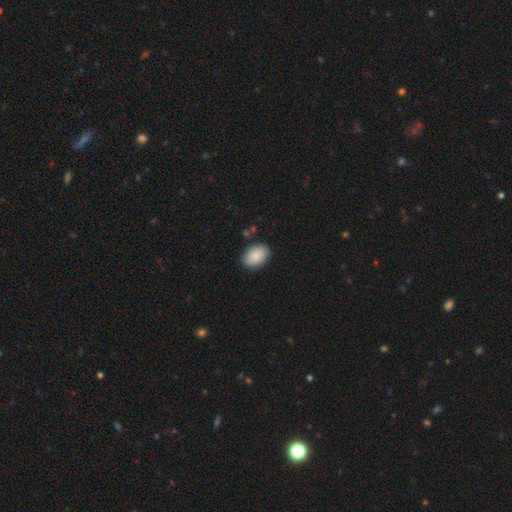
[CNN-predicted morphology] smooth_or_featured: smooth (p=0.89) [alt: star or artifact p=0.06]
how_rounded: in between (p=0.87) [alt: round p=0.12]
merging: none (p=0.86) [alt: minor disturbance p=0.10]